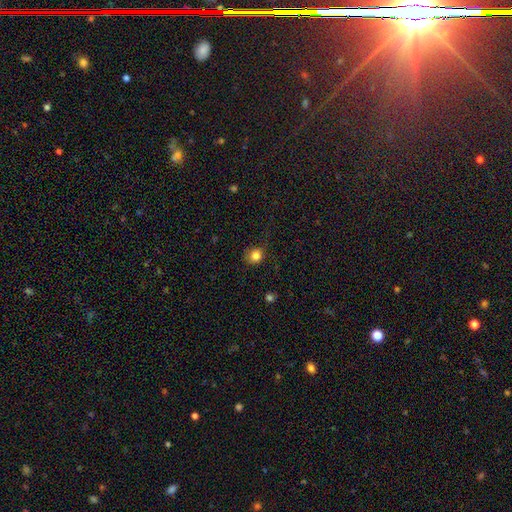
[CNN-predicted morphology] smooth-or-featured: smooth: 82% | star or artifact: 12% | featured or disk: 6%
  how-rounded: round: 80% | in between: 19% | cigar-shaped: 1%
  merging: none: 69% | minor disturbance: 22% | major disturbance: 8% | merger: 2%